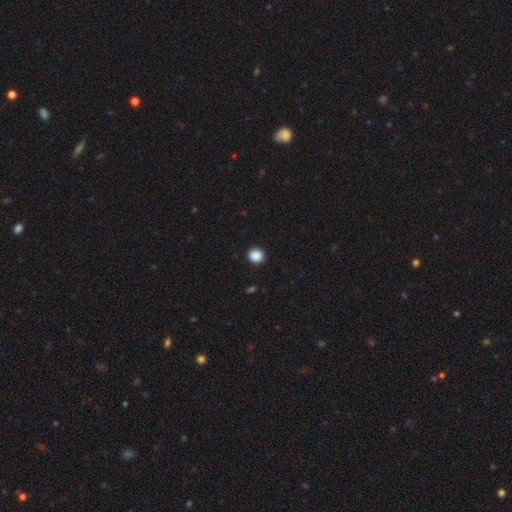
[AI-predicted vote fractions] Morphology: type=smooth (88%); roundness=round (88%); merging=none (92%).